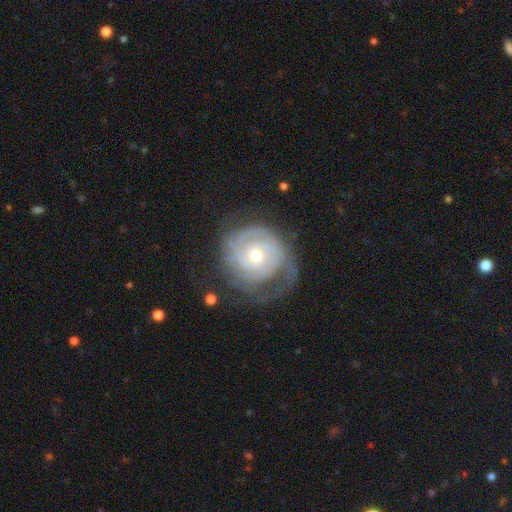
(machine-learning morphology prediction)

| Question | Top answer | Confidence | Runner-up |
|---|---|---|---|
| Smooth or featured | featured or disk | 84% | smooth (11%) |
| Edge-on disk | no | 98% | yes (2%) |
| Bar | no | 75% | weak (21%) |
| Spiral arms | yes | 94% | no (6%) |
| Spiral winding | tight | 71% | medium (23%) |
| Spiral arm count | can't tell | 33% | 2 (29%) |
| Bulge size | moderate | 59% | small (35%) |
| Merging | none | 58% | minor disturbance (22%) |